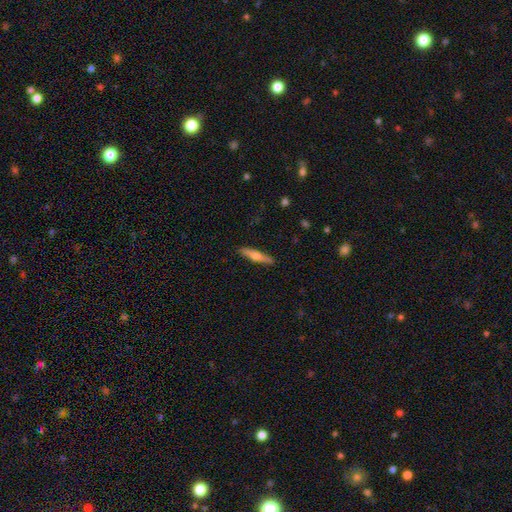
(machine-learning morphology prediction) A smooth galaxy with no disk features (49%).

Vote fractions:
- Smooth or featured? smooth: 49% / featured or disk: 45% / star or artifact: 6%
- Merging? none: 90% / minor disturbance: 8% / major disturbance: 2% / merger: 1%